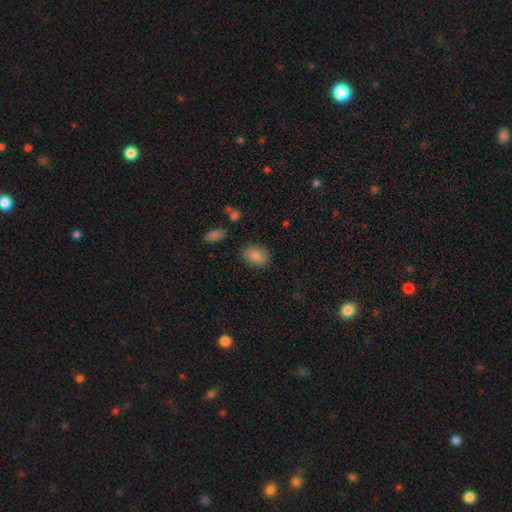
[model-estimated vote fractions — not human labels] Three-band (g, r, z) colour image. It shows a smooth galaxy with no disk features (85%) that is in between round and cigar-shaped (63%). Merging: none (84%).